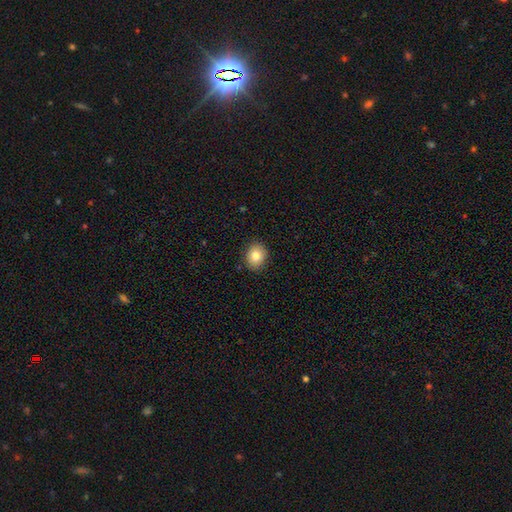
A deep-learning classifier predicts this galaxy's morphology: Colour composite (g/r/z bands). It shows a smooth galaxy with no disk features (82%) that is round (57%). Merging: none (89%).